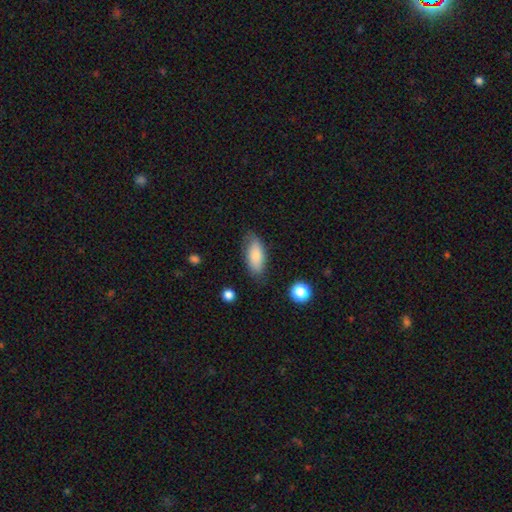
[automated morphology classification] smooth_or_featured: smooth (p=0.80) [alt: featured or disk p=0.13]
how_rounded: in between (p=0.86) [alt: cigar-shaped p=0.12]
merging: none (p=0.73) [alt: minor disturbance p=0.20]